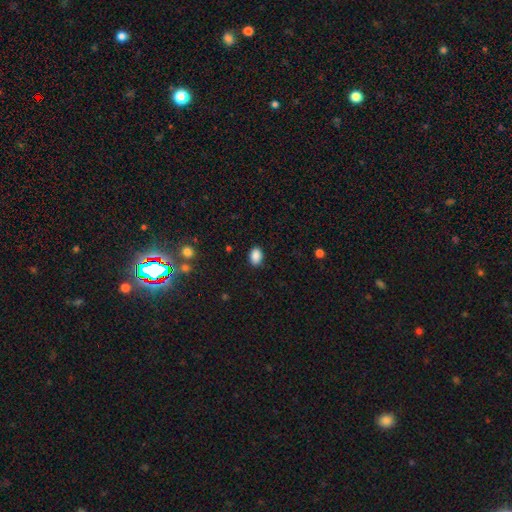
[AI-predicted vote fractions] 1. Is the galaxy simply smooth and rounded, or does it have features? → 88% smooth, 9% star or artifact, 3% featured or disk.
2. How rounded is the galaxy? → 79% in between, 20% round, 1% cigar-shaped.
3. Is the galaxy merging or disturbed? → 87% none, 9% minor disturbance, 2% major disturbance, 1% merger.